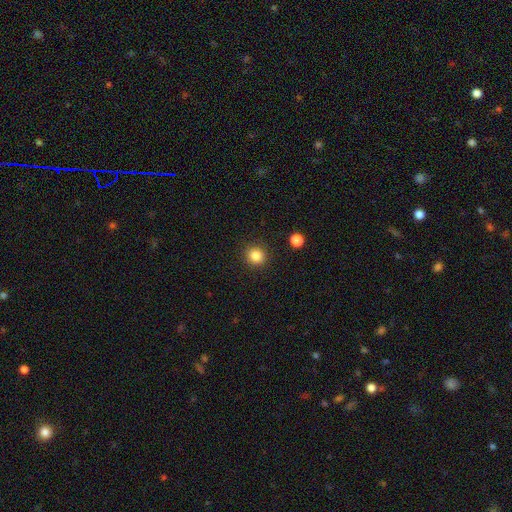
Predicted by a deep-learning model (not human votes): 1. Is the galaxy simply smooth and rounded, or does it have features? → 84% smooth, 11% star or artifact, 4% featured or disk.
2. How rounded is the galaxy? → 90% round, 9% in between, 1% cigar-shaped.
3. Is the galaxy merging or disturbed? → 91% none, 6% minor disturbance, 2% major disturbance, 1% merger.